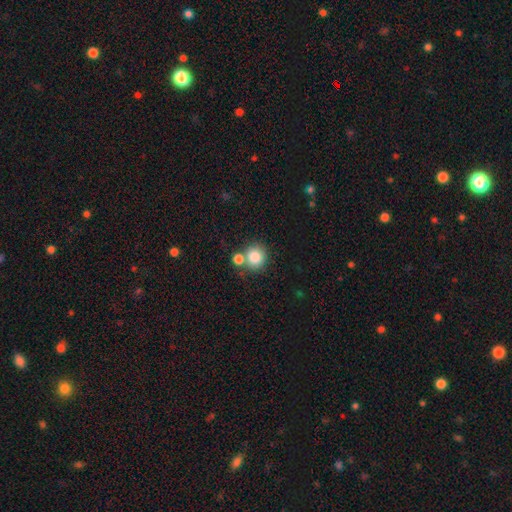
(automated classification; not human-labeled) Smooth or featured? smooth (83%)
How rounded? round (87%)
Merging? none (60%)